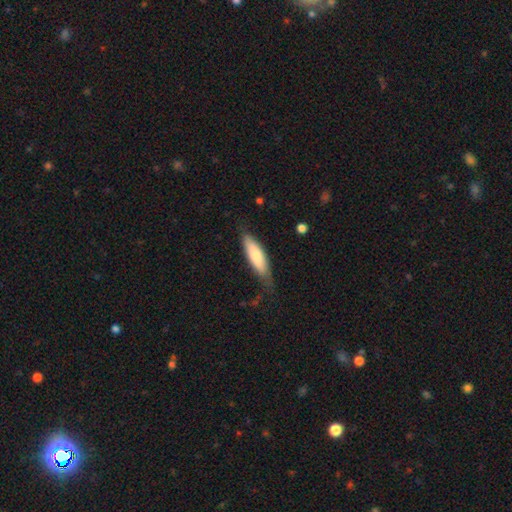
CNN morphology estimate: This is likely a smooth galaxy (74%). How rounded: possibly cigar-shaped (54%). Merging: likely none (64%).